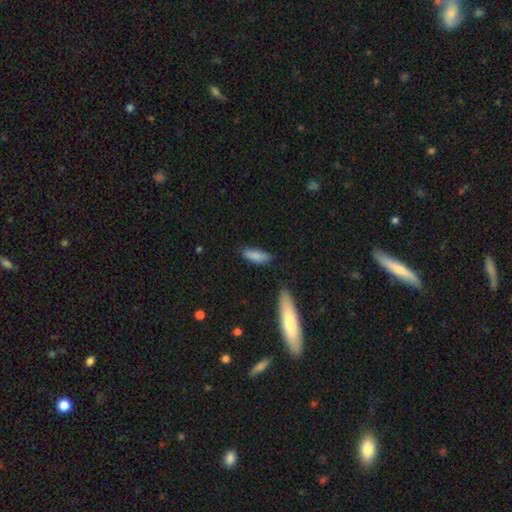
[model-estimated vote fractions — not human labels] smooth 85%, featured or disk 8%, star or artifact 7%. Down the decision tree: how rounded — in between (58%); merging — none (74%).